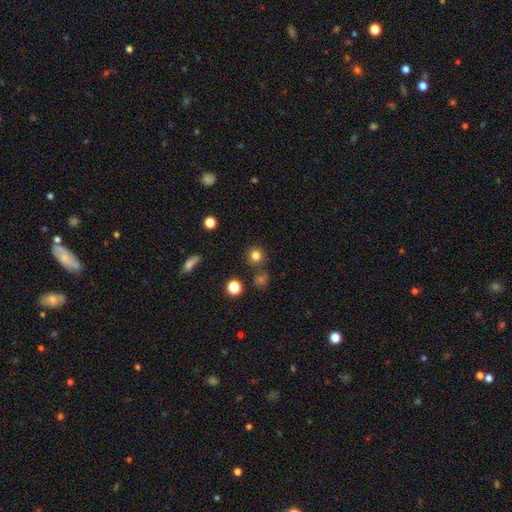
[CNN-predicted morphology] A smooth galaxy with no disk features (79%) that is round (92%).

Vote fractions:
- Smooth or featured? smooth: 79% / star or artifact: 15% / featured or disk: 6%
- How rounded? round: 92% / in between: 7% / cigar-shaped: 1%
- Merging? none: 79% / merger: 9% / minor disturbance: 9% / major disturbance: 3%